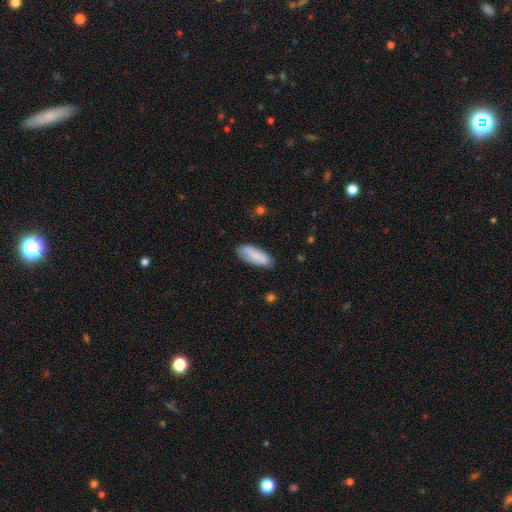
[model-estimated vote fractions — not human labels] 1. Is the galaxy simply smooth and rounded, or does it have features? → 75% smooth, 19% featured or disk, 6% star or artifact.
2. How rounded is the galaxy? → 70% in between, 28% cigar-shaped, 2% round.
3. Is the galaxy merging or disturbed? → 78% none, 17% minor disturbance, 4% major disturbance, 2% merger.